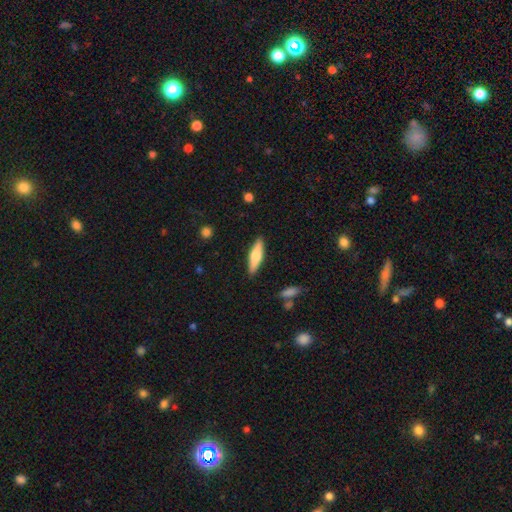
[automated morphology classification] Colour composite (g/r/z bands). It shows a smooth galaxy with no disk features (58%) that is cigar-shaped (67%). Merging: none (88%).